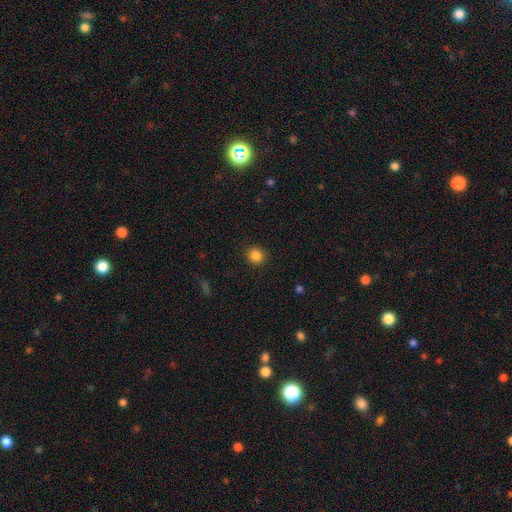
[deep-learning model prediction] smooth_or_featured: smooth (p=0.85) [alt: star or artifact p=0.11]
how_rounded: round (p=0.89) [alt: in between p=0.10]
merging: none (p=0.91) [alt: minor disturbance p=0.06]